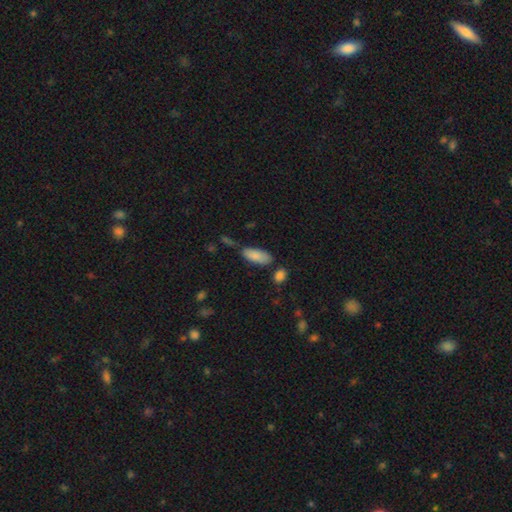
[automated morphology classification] Smooth or featured?
  - smooth: 85% *
  - featured or disk: 8%
  - star or artifact: 7%
How rounded?
  - in between: 82% *
  - cigar-shaped: 16%
  - round: 2%
Merging?
  - none: 63% *
  - minor disturbance: 23%
  - merger: 9%
  - major disturbance: 5%